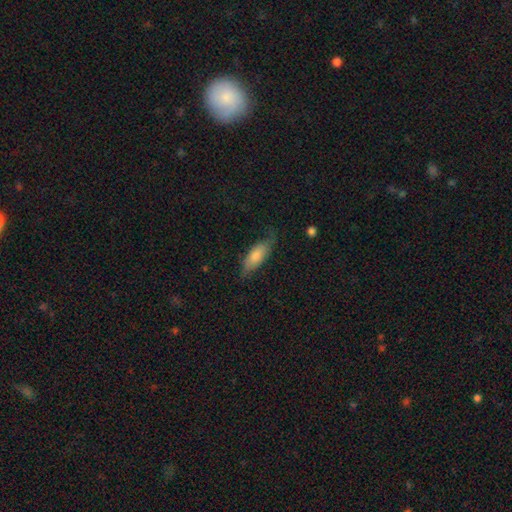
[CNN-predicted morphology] Q: Smooth or featured?
A: smooth (71%); runner-up: featured or disk (22%)
Q: How rounded?
A: in between (65%); runner-up: cigar-shaped (32%)
Q: Merging?
A: none (66%); runner-up: minor disturbance (25%)